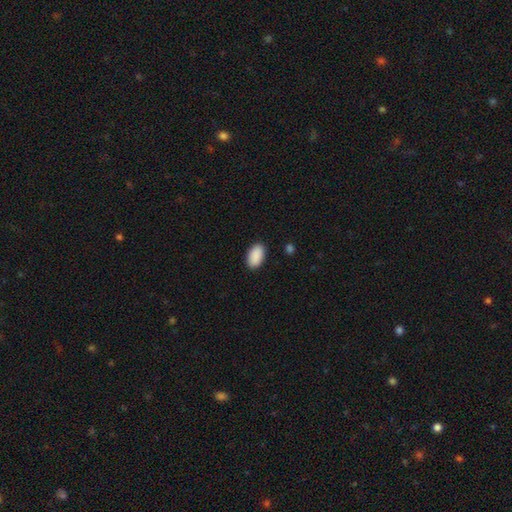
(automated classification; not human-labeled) This is clearly a smooth galaxy (91%). How rounded: clearly in between (95%). Merging: clearly none (90%).